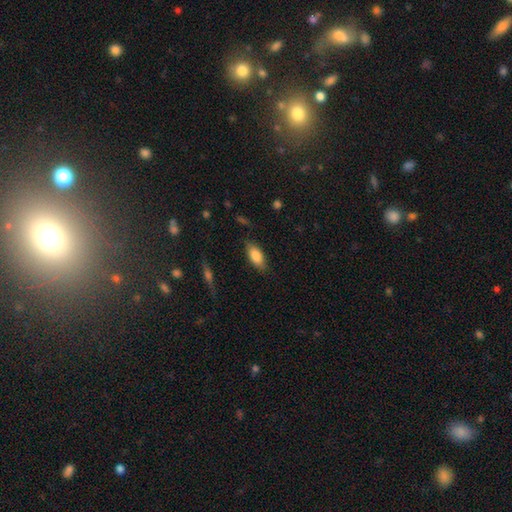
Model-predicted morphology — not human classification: Smooth or featured: smooth — 84% (featured or disk — 9%)
How rounded: in between — 86% (cigar-shaped — 12%)
Merging: none — 80% (minor disturbance — 15%)